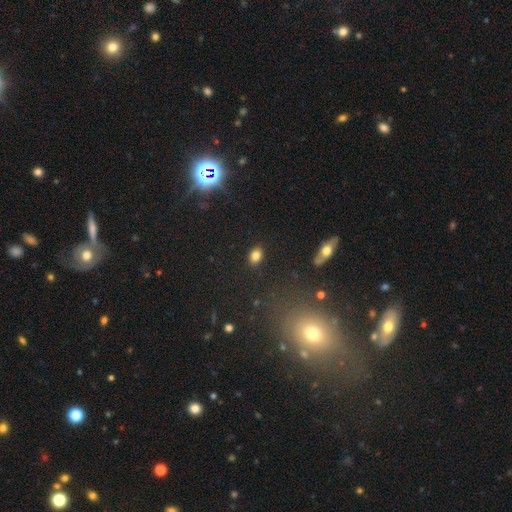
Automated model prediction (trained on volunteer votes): Smooth or featured?
  - smooth: 82% *
  - star or artifact: 11%
  - featured or disk: 7%
How rounded?
  - in between: 76% *
  - round: 22%
  - cigar-shaped: 2%
Merging?
  - none: 86% *
  - minor disturbance: 10%
  - major disturbance: 2%
  - merger: 2%